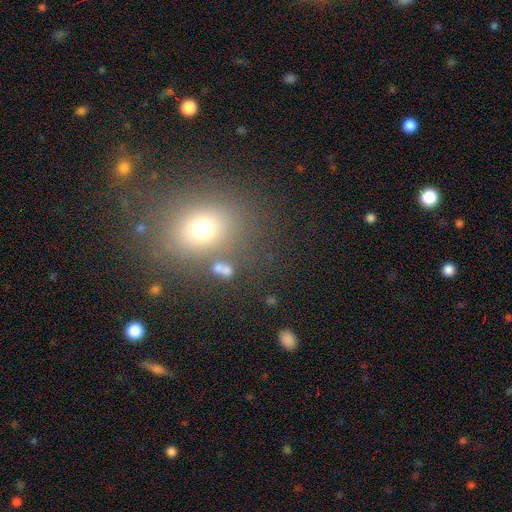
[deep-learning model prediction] Smooth or featured: smooth — 62% (star or artifact — 27%)
How rounded: round — 54% (in between — 44%)
Merging: none — 77% (minor disturbance — 11%)